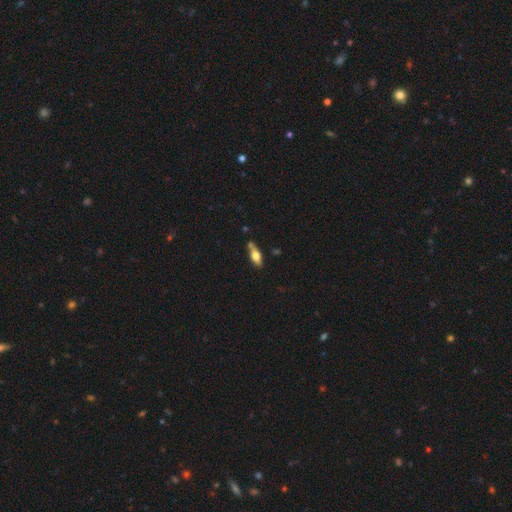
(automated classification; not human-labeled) A smooth galaxy with no disk features (60%) that is in between round and cigar-shaped (68%).

Vote fractions:
- Smooth or featured? smooth: 60% / featured or disk: 33% / star or artifact: 7%
- How rounded? in between: 68% / cigar-shaped: 29% / round: 3%
- Merging? none: 66% / minor disturbance: 19% / merger: 11% / major disturbance: 4%